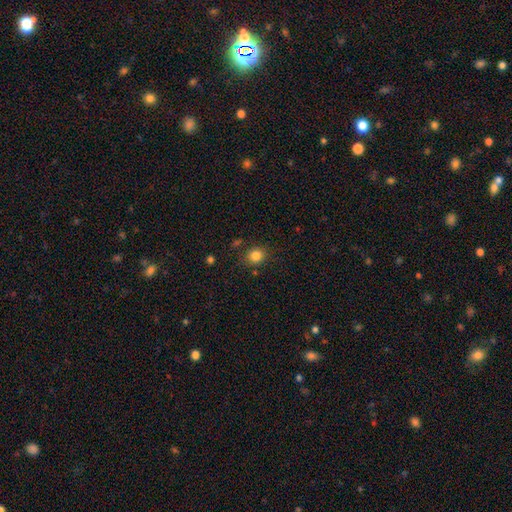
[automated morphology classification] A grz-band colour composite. It shows a smooth galaxy with no disk features (83%) that is round (79%). Merging: none (81%).